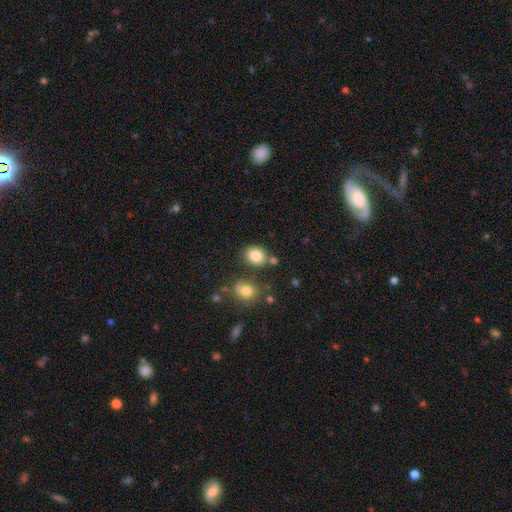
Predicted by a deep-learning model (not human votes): Morphology: type=smooth (83%); roundness=round (54%); merging=none (75%).